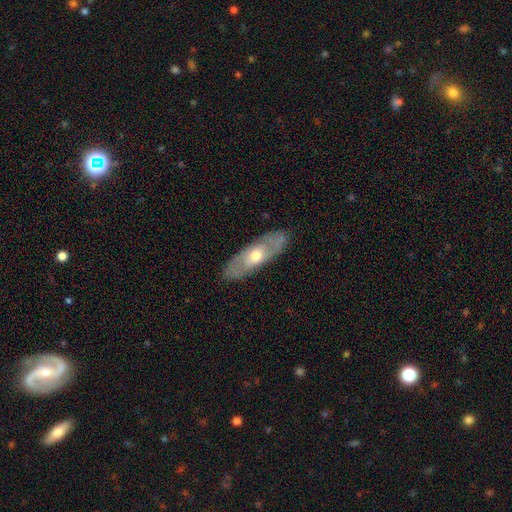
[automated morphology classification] smooth-or-featured: featured or disk: 56% | smooth: 39% | star or artifact: 5%
  disk-edge-on: no: 71% | yes: 29%
  merging: none: 85% | minor disturbance: 11% | major disturbance: 3% | merger: 1%